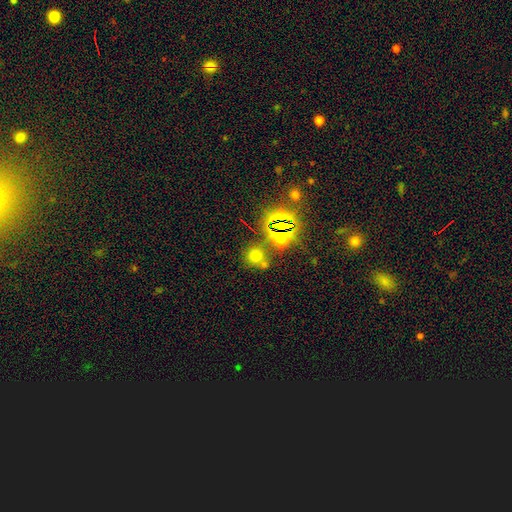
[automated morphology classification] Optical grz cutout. It shows a smooth galaxy with no disk features (59%) that is round (88%). Merging: none (65%).